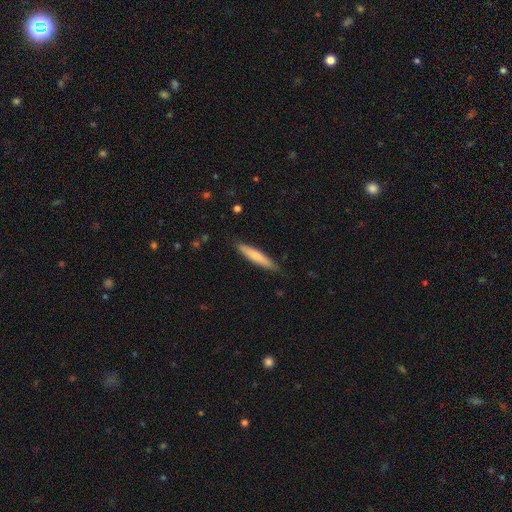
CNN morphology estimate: type=smooth (68%); roundness=cigar-shaped (91%); merging=none (88%).